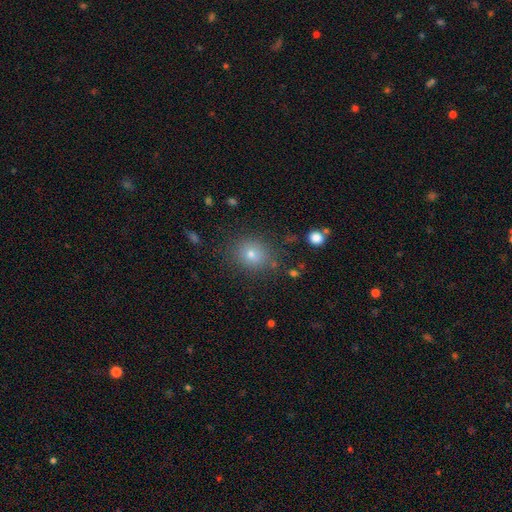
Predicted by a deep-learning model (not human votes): smooth-or-featured: smooth: 71% | star or artifact: 19% | featured or disk: 10%
  how-rounded: round: 74% | in between: 25% | cigar-shaped: 1%
  merging: none: 85% | minor disturbance: 9% | major disturbance: 3% | merger: 2%